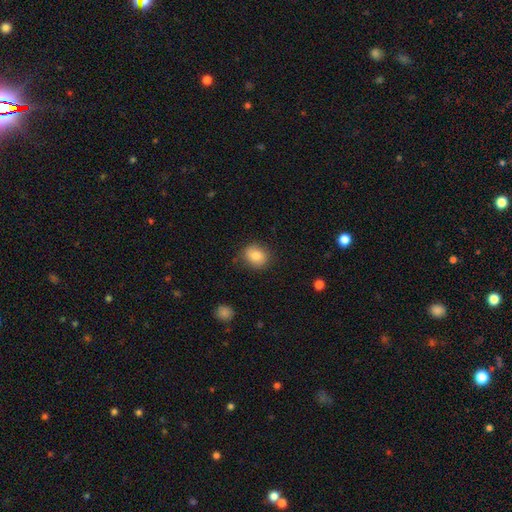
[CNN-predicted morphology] smooth 84%, star or artifact 9%, featured or disk 7%. Down the decision tree: how rounded — round (63%); merging — none (81%).